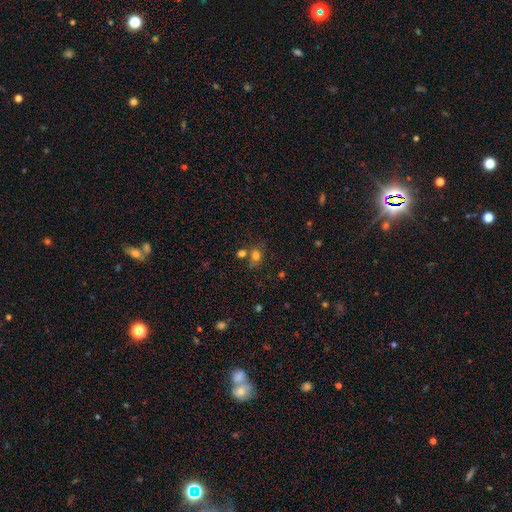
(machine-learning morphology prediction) Smooth or featured: smooth — 76% (star or artifact — 15%)
How rounded: in between — 51% (round — 47%)
Merging: none — 53% (merger — 25%)